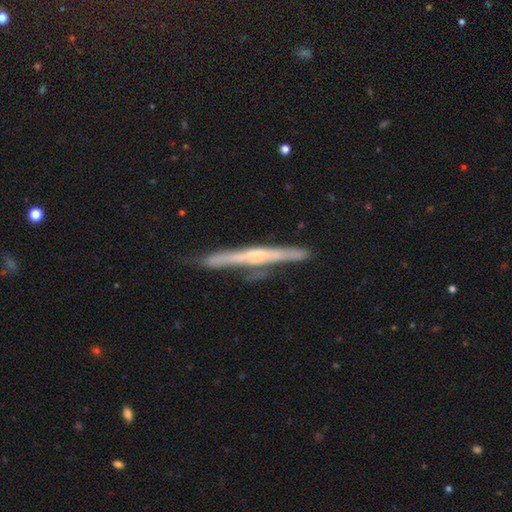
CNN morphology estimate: Smooth or featured? Predicted: featured or disk (p=0.70). Edge-on disk? Predicted: yes (p=0.94). Edge-on bulge? Predicted: none (p=0.45). Merging? Predicted: none (p=0.68).